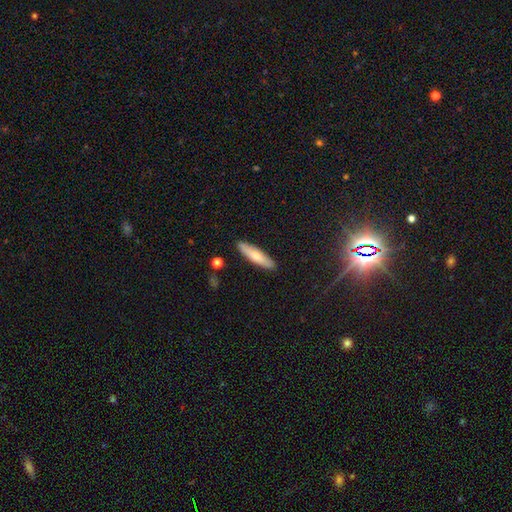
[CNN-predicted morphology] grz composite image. It shows a smooth galaxy with no disk features (66%) that is cigar-shaped (74%). Merging: none (88%).